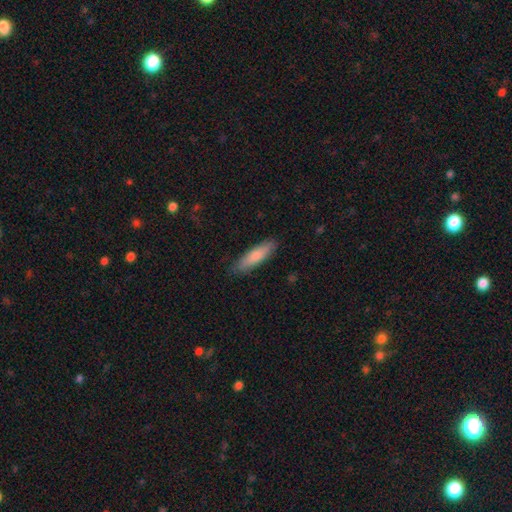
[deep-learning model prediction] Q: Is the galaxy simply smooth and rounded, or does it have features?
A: smooth — 80%.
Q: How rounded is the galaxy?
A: cigar-shaped — 68%.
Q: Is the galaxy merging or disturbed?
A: none — 86%.